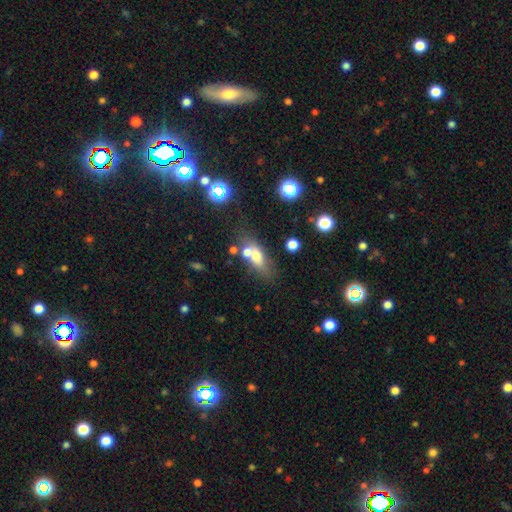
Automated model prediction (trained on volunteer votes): smooth_or_featured: smooth (p=0.61) [alt: featured or disk p=0.26]
how_rounded: in between (p=0.69) [alt: cigar-shaped p=0.18]
merging: none (p=0.43) [alt: merger p=0.34]